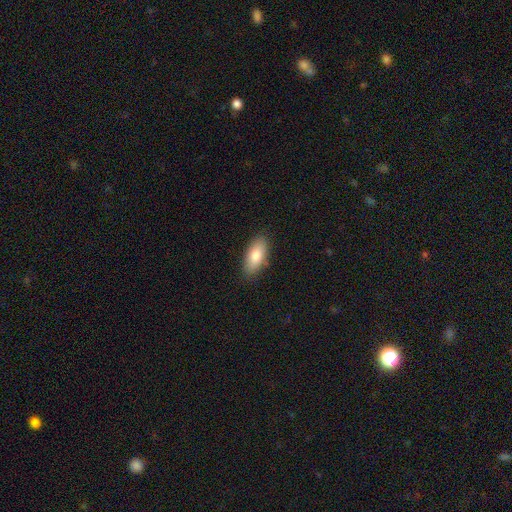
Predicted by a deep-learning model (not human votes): Q: Smooth or featured?
A: smooth (82%); runner-up: featured or disk (12%)
Q: How rounded?
A: in between (86%); runner-up: cigar-shaped (11%)
Q: Merging?
A: none (86%); runner-up: minor disturbance (10%)